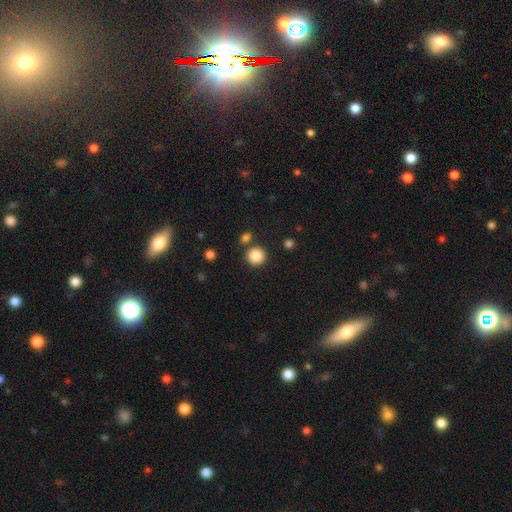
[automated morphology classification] smooth 86%, star or artifact 10%, featured or disk 4%. Down the decision tree: how rounded — round (93%); merging — none (83%).